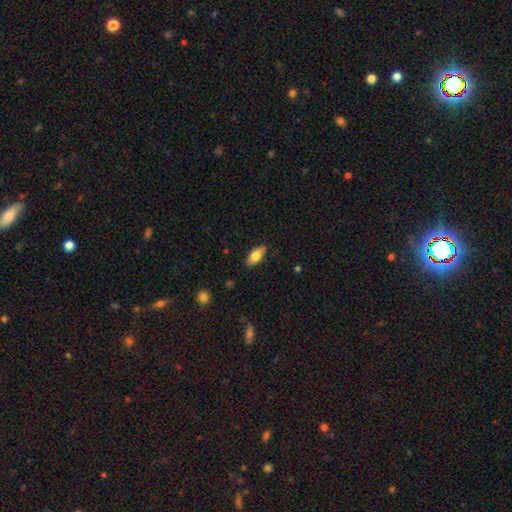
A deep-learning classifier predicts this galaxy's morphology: The model was most divided on "smooth or featured": smooth: 76%, featured or disk: 17%, star or artifact: 7%. More confident: merging — none (87%); how rounded — in between (86%).